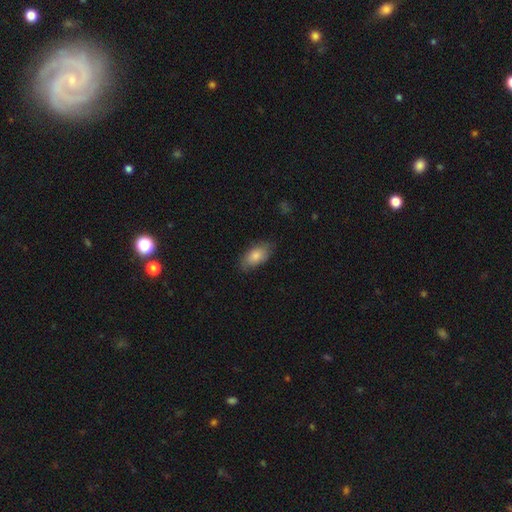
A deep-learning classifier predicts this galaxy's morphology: smooth-or-featured: smooth: 82% | featured or disk: 11% | star or artifact: 6%
  how-rounded: in between: 92% | cigar-shaped: 4% | round: 4%
  merging: none: 77% | minor disturbance: 18% | major disturbance: 4% | merger: 1%